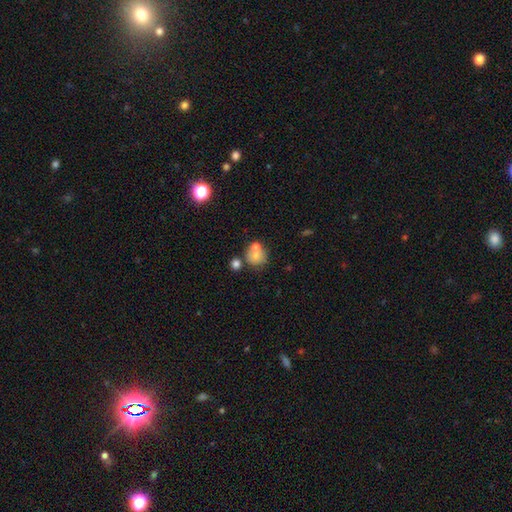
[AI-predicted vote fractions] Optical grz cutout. It shows a smooth galaxy with no disk features (69%) that is round (80%). Merging: none (46%).